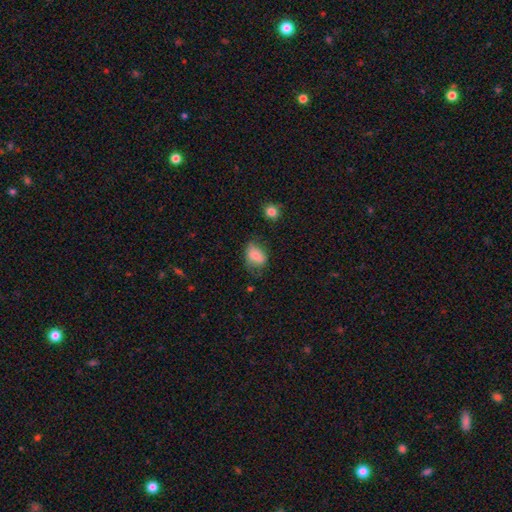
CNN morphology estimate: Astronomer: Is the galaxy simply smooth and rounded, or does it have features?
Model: smooth — 77%.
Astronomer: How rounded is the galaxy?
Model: in between — 76%.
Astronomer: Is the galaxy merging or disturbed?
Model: none — 52% (runner-up: minor disturbance, 33%).